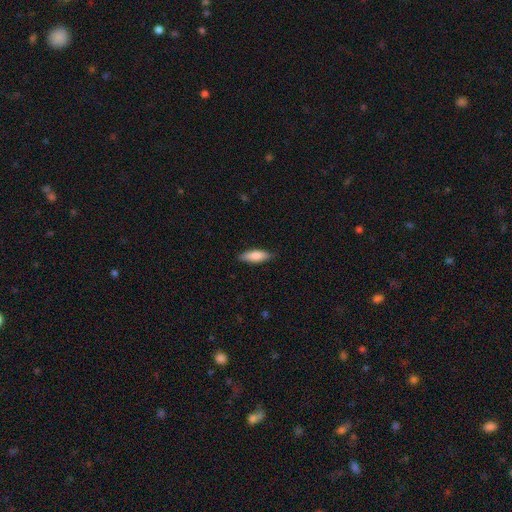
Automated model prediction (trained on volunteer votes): Morphology: type=smooth (82%); roundness=in between (58%); merging=none (83%).